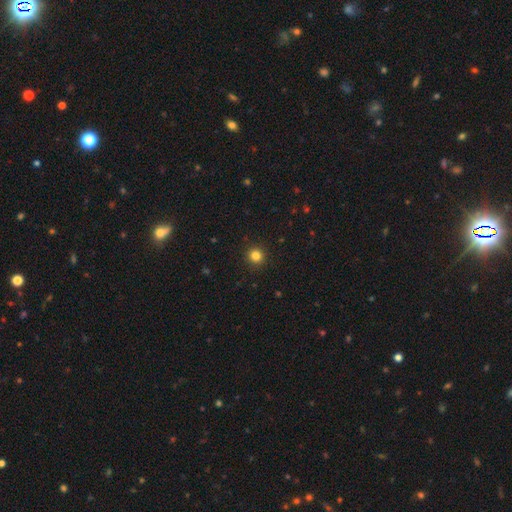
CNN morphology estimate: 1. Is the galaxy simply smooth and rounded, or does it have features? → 83% smooth, 13% star or artifact, 4% featured or disk.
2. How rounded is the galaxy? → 94% round, 5% in between, 1% cigar-shaped.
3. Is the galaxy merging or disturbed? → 93% none, 4% minor disturbance, 2% major disturbance, 1% merger.